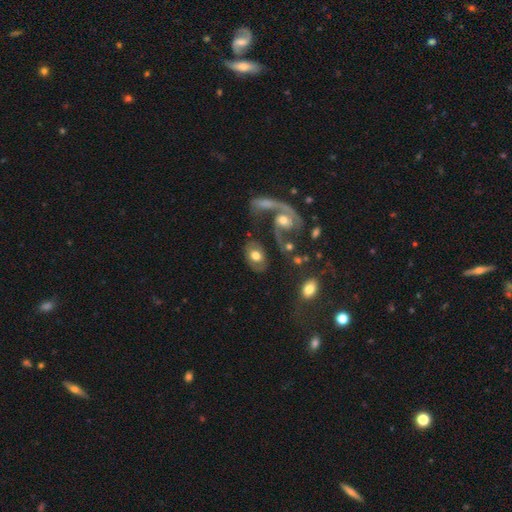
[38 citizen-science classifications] Volunteers were most divided on "smooth or featured": smooth: 63%, featured or disk: 32%, star or artifact: 5%. More confident: how rounded — in between (88%); merging — none (58%).